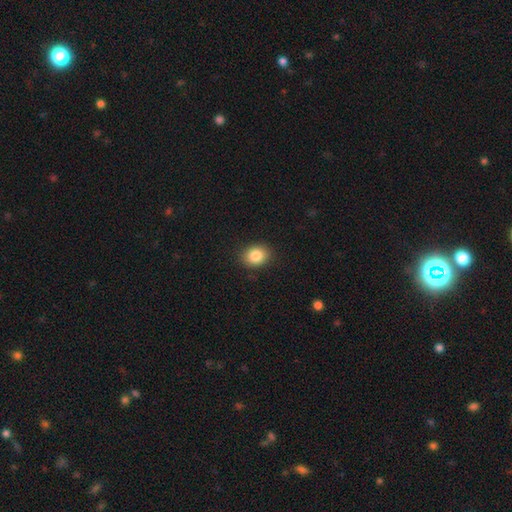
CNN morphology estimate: The model was most divided on "how rounded": round: 53%, in between: 46%, cigar-shaped: 1%. More confident: merging — none (88%); smooth or featured — smooth (86%).